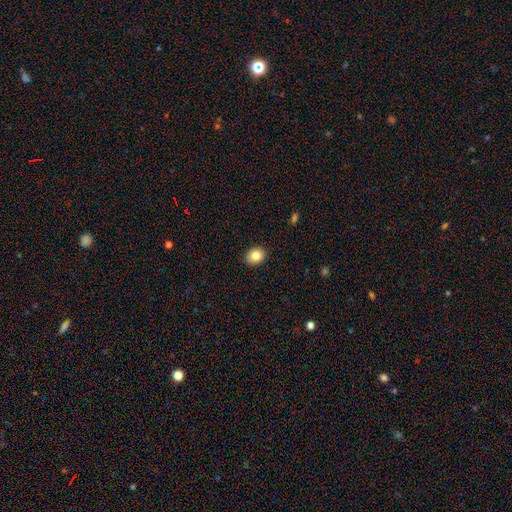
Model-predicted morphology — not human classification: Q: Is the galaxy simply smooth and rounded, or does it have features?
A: smooth — 83%.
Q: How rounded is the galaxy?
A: round — 50%.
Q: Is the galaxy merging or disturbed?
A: none — 91%.